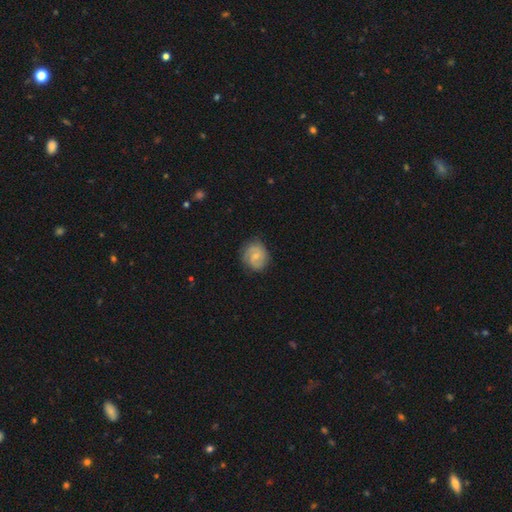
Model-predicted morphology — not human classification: Overall: featured or disk (66%; smooth 28%). Edge-on disk: no (98%). Bar: weak (46%, tied with no). Spiral arms: yes (91%). Spiral arm count: 2 (70%). Spiral winding: tight (47%; medium 40%). Bulge size: small (62%; moderate 28%). Merging: none (78%).